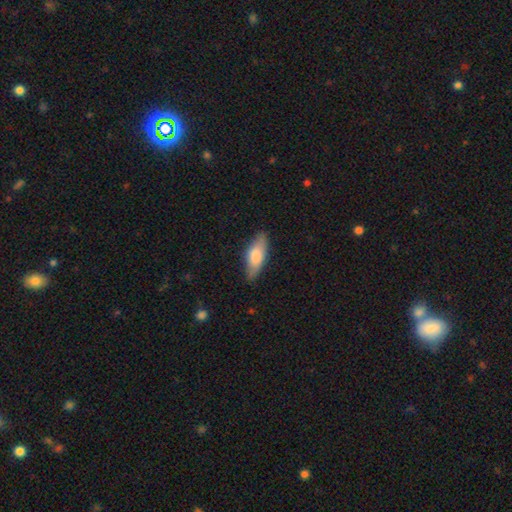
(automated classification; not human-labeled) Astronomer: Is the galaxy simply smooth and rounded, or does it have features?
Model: smooth — 71%.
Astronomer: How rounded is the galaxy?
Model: in between — 69%.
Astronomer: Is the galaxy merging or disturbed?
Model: none — 82%.